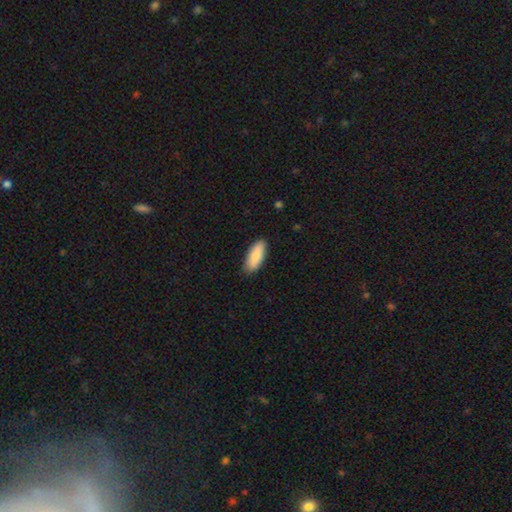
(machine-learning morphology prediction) Overall: smooth (85%). How rounded: in between (76%). Merging: none (87%).